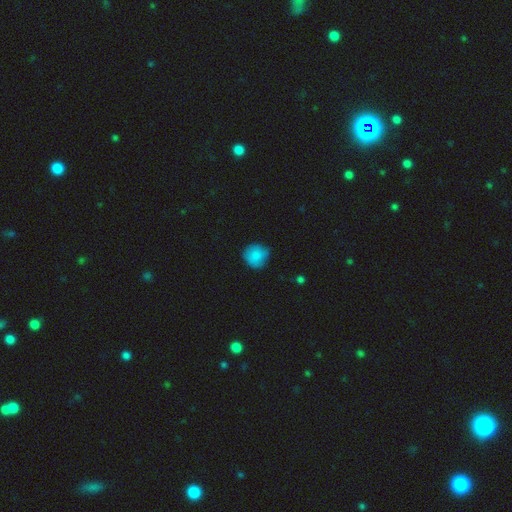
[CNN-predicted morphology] Overall: smooth (83%). How rounded: round (90%). Merging: none (74%).